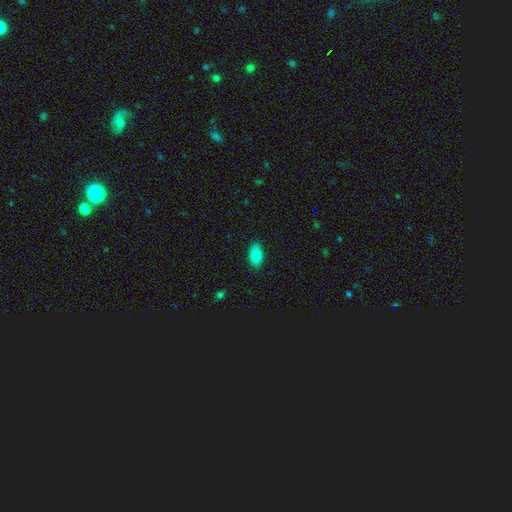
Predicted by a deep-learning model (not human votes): A smooth galaxy with no disk features (80%) that is in between round and cigar-shaped (91%). Merging: none (87%).